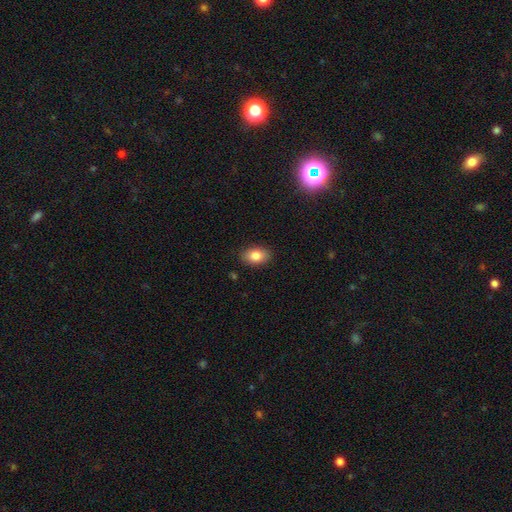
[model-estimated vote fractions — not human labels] Morphology: type=smooth (84%); roundness=in between (86%); merging=none (87%).